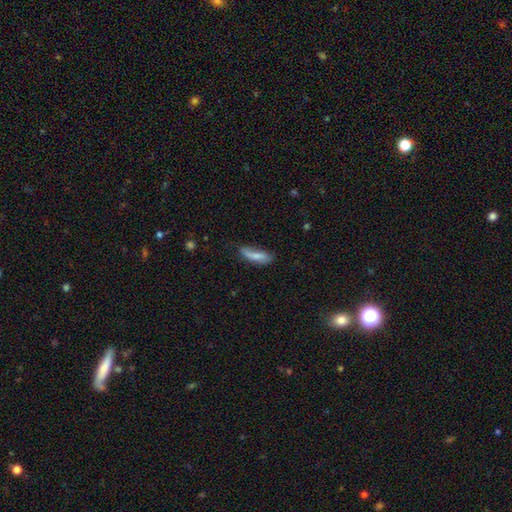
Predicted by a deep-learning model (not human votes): Smooth or featured? Predicted: smooth (p=0.75). How rounded? Predicted: cigar-shaped (p=0.53). Merging? Predicted: none (p=0.50).